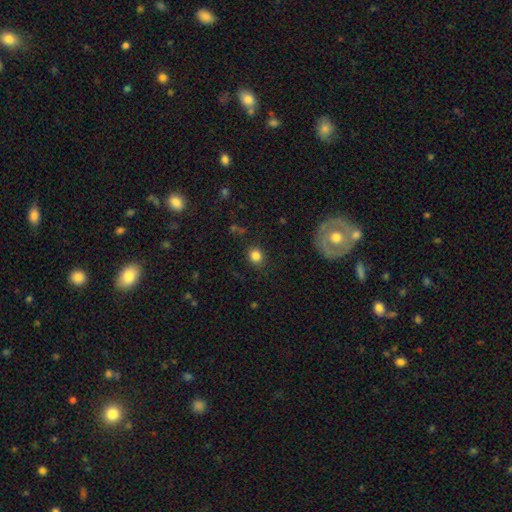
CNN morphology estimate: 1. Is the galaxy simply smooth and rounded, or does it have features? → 83% smooth, 11% star or artifact, 5% featured or disk.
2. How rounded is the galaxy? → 81% round, 18% in between, 1% cigar-shaped.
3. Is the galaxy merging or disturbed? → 87% none, 9% minor disturbance, 3% major disturbance, 1% merger.